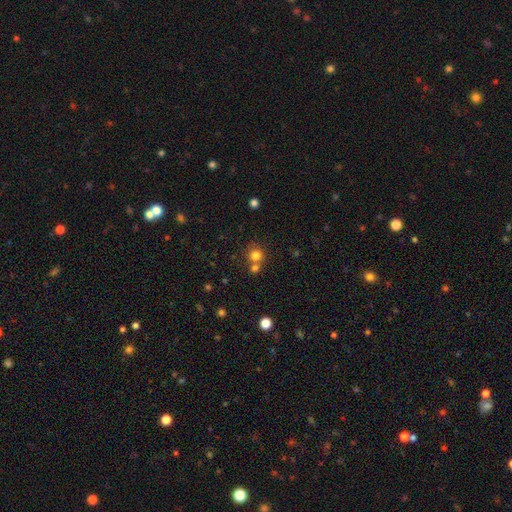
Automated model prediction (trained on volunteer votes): A smooth galaxy with no disk features (78%) that is round (88%).

Vote fractions:
- Smooth or featured? smooth: 78% / star or artifact: 14% / featured or disk: 8%
- How rounded? round: 88% / in between: 11% / cigar-shaped: 1%
- Merging? none: 57% / merger: 32% / minor disturbance: 8% / major disturbance: 3%